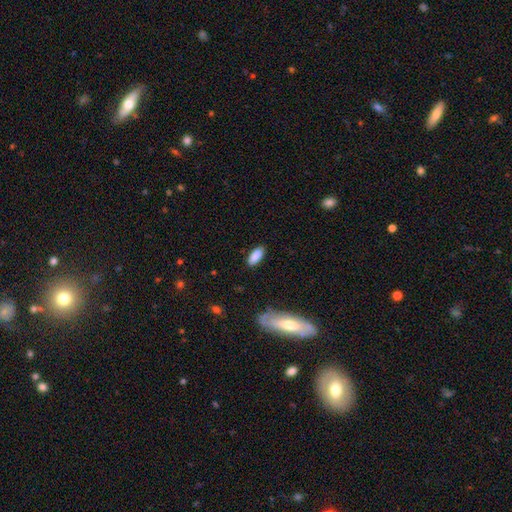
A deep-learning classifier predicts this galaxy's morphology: type=smooth (88%); roundness=in between (81%); merging=none (83%).